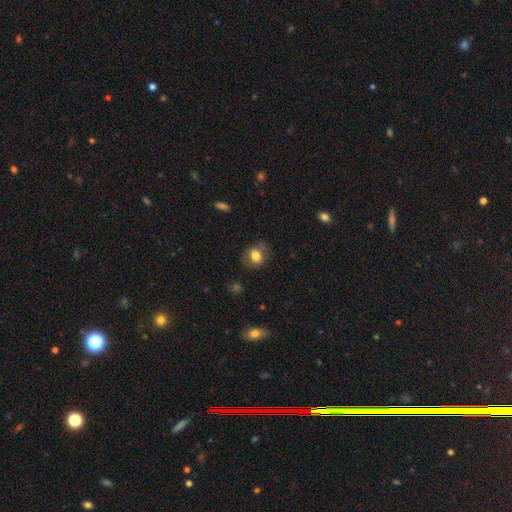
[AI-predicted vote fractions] smooth 75%, featured or disk 16%, star or artifact 9%. Down the decision tree: how rounded — in between (57%); merging — none (73%).